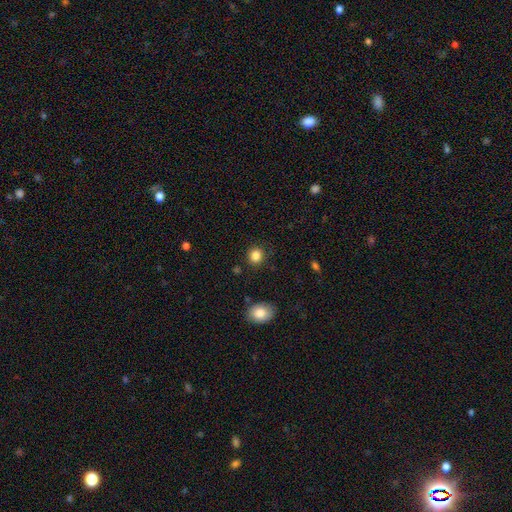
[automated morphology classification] Smooth or featured? Predicted: smooth (p=0.85). How rounded? Predicted: round (p=0.84). Merging? Predicted: none (p=0.88).